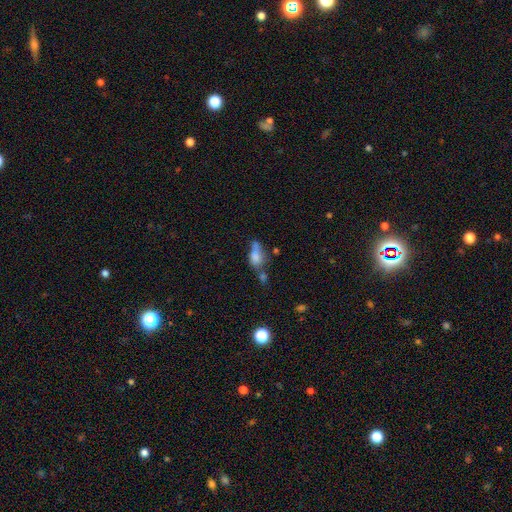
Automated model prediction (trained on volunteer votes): This is likely a smooth galaxy (68%). How rounded: likely in between (76%). Merging: marginally merger (41%).